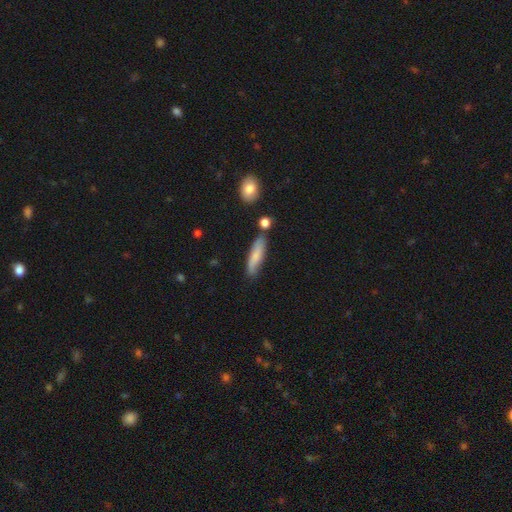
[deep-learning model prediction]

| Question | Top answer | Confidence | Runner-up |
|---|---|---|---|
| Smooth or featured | smooth | 76% | featured or disk (17%) |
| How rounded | cigar-shaped | 69% | in between (29%) |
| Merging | none | 76% | minor disturbance (16%) |